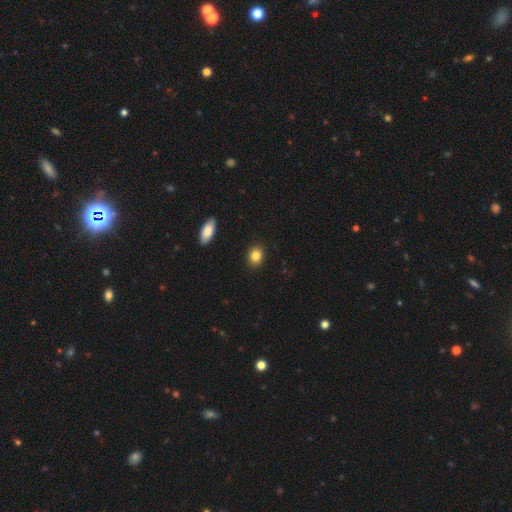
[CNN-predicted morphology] This is clearly a smooth galaxy (85%). How rounded: possibly round (52%). Merging: clearly none (90%).